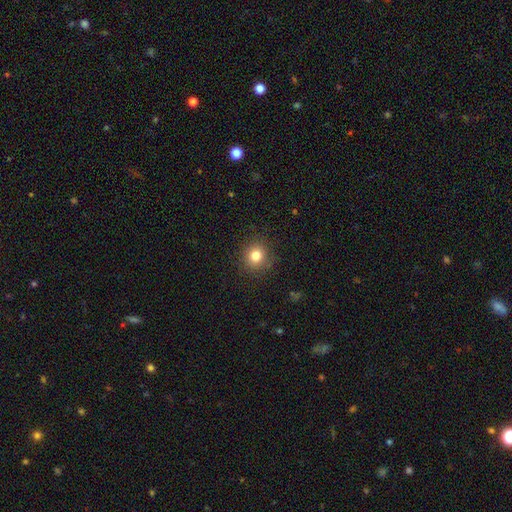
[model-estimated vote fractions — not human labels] Smooth or featured? smooth (81%)
How rounded? round (88%)
Merging? none (88%)